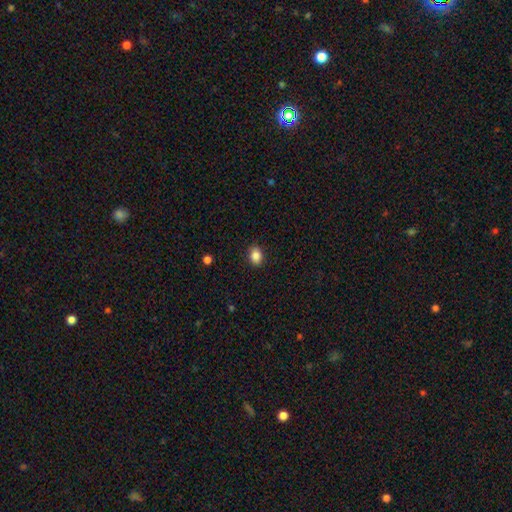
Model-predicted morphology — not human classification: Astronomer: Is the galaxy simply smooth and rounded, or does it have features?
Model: smooth — 86%.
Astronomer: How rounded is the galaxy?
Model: in between — 62%.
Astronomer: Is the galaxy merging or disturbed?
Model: none — 89%.